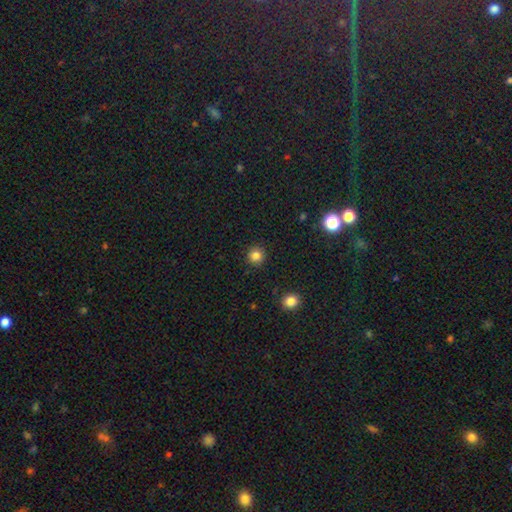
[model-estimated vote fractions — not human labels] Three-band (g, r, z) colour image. It shows a smooth galaxy with no disk features (83%) that is round (94%). Merging: none (91%).